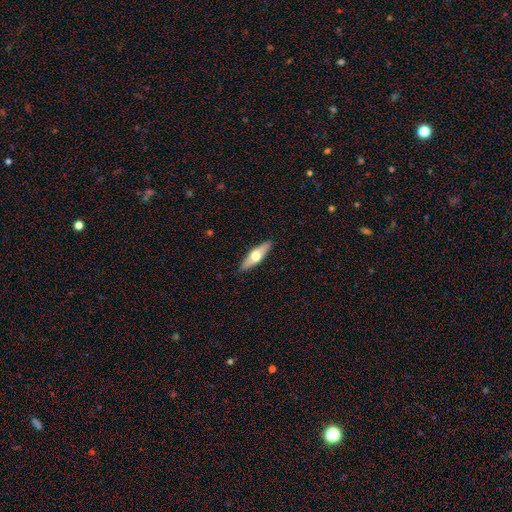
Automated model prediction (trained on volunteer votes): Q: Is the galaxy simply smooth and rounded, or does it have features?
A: featured or disk — 48%.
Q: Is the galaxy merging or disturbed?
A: none — 89%.